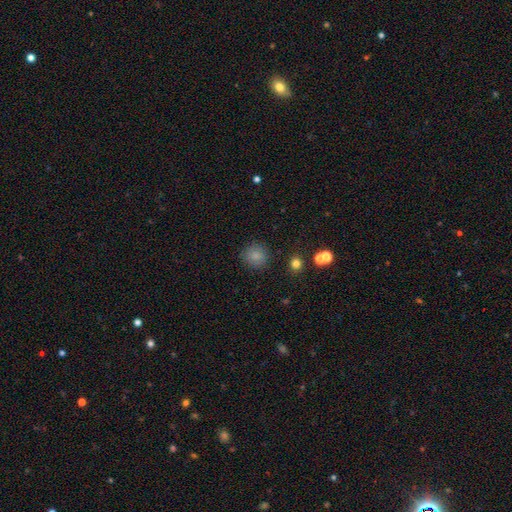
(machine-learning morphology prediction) This appears to be a smooth galaxy with no disk features (84%) that is round (91%). Merging: none (87%).